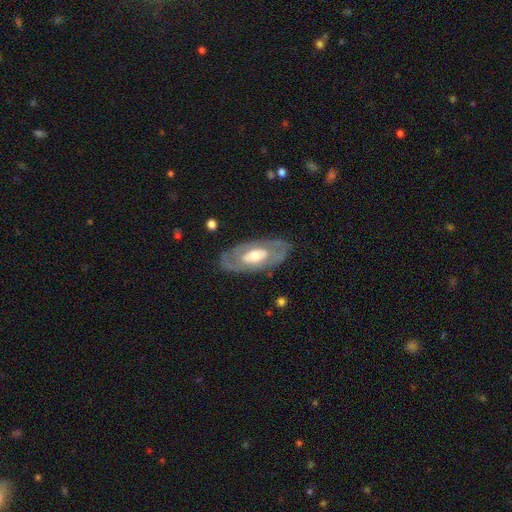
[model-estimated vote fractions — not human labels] featured or disk 74%, smooth 21%, star or artifact 5%. Down the decision tree: edge-on disk — no (88%); bar — no (56%); spiral arms — yes (59%); bulge size — moderate (68%); merging — none (82%).